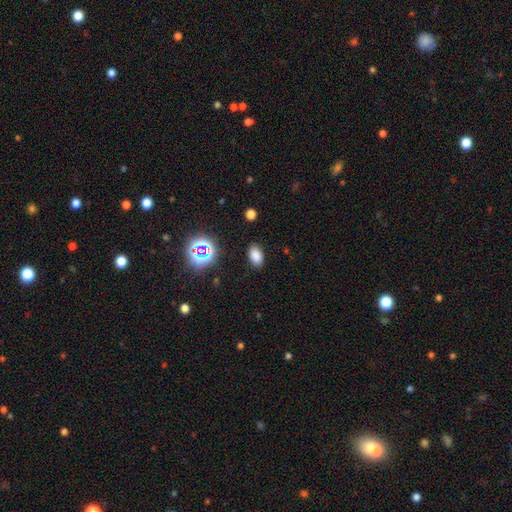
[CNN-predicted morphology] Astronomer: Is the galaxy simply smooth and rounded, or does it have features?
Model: smooth — 79%.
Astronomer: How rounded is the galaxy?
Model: in between — 90%.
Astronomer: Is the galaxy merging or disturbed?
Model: none — 86%.